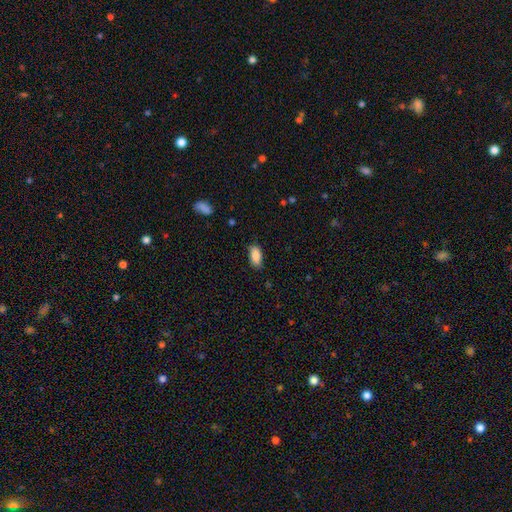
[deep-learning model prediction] smooth_or_featured: smooth (p=0.88) [alt: star or artifact p=0.07]
how_rounded: in between (p=0.91) [alt: cigar-shaped p=0.07]
merging: none (p=0.83) [alt: minor disturbance p=0.13]